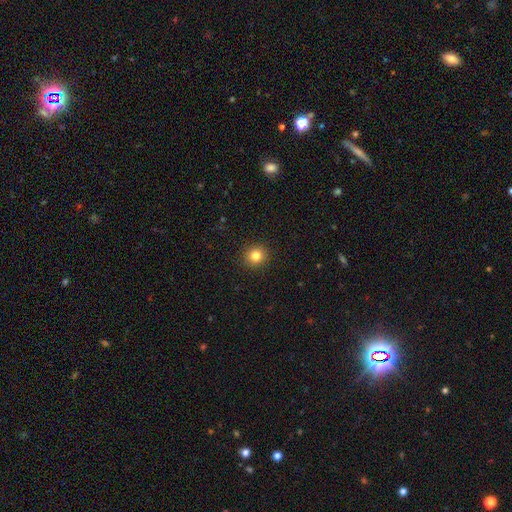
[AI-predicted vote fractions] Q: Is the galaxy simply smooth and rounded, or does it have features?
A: smooth — 81%.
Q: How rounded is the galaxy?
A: round — 91%.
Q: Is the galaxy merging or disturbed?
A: none — 92%.